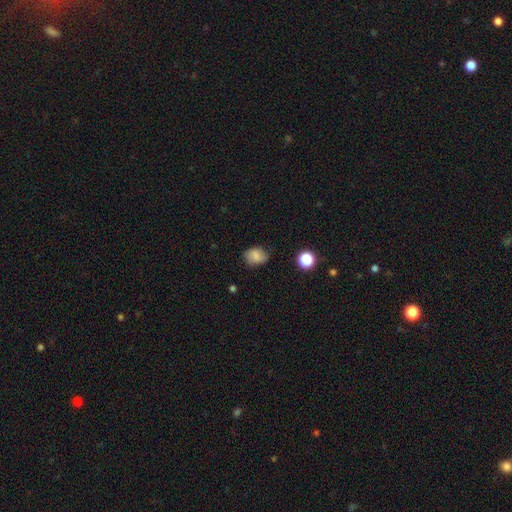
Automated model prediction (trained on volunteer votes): Smooth or featured?
  - smooth: 70% *
  - featured or disk: 19%
  - star or artifact: 11%
How rounded?
  - in between: 57% *
  - round: 42%
  - cigar-shaped: 1%
Merging?
  - none: 65% *
  - minor disturbance: 27%
  - major disturbance: 7%
  - merger: 2%